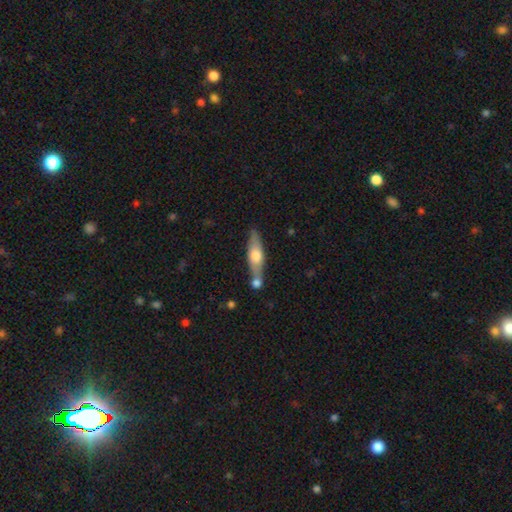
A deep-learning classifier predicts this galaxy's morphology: Smooth or featured? smooth (49%)
Merging? none (62%)